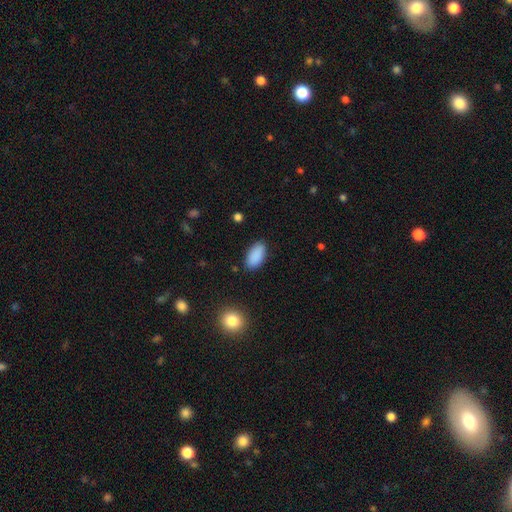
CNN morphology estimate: Q: Smooth or featured?
A: smooth (90%); runner-up: star or artifact (7%)
Q: How rounded?
A: in between (93%); runner-up: cigar-shaped (4%)
Q: Merging?
A: none (86%); runner-up: minor disturbance (10%)